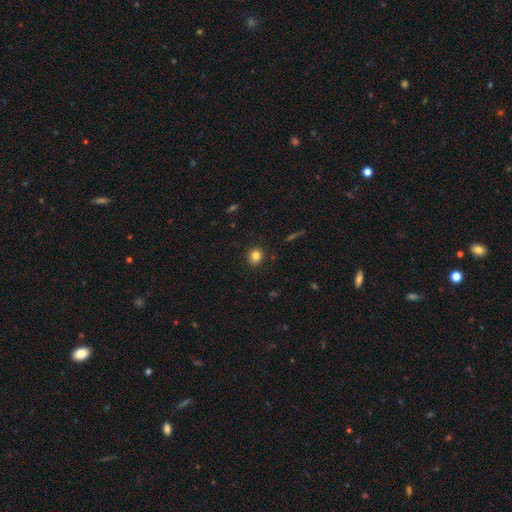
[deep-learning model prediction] smooth 82%, star or artifact 11%, featured or disk 7%. Down the decision tree: how rounded — round (73%); merging — none (89%).